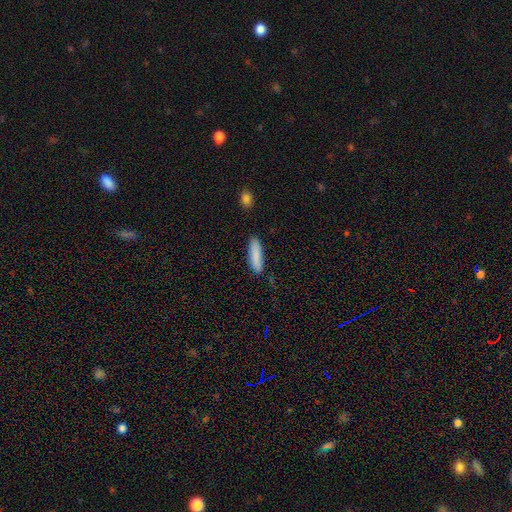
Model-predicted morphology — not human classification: This appears to be a smooth galaxy with no disk features (87%) that is cigar-shaped (69%). Merging: none (86%).